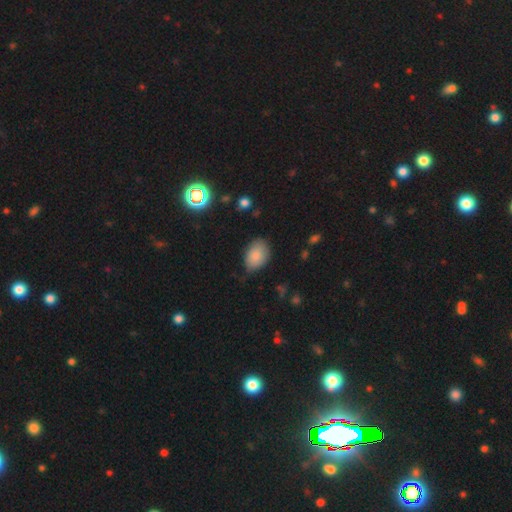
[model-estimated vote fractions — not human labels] Morphology: type=smooth (85%); roundness=in between (83%); merging=none (66%).